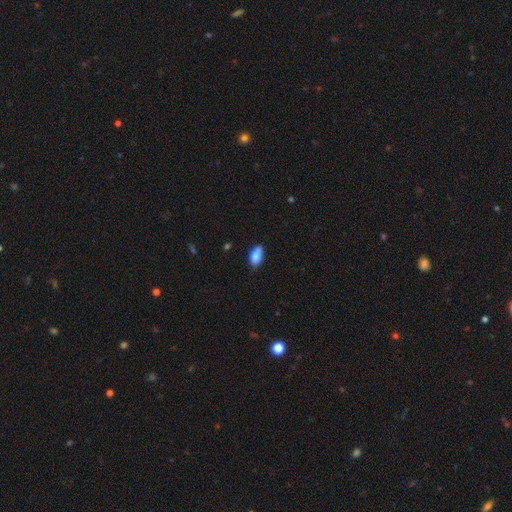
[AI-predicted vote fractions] Smooth or featured? smooth (84%)
How rounded? in between (90%)
Merging? none (77%)